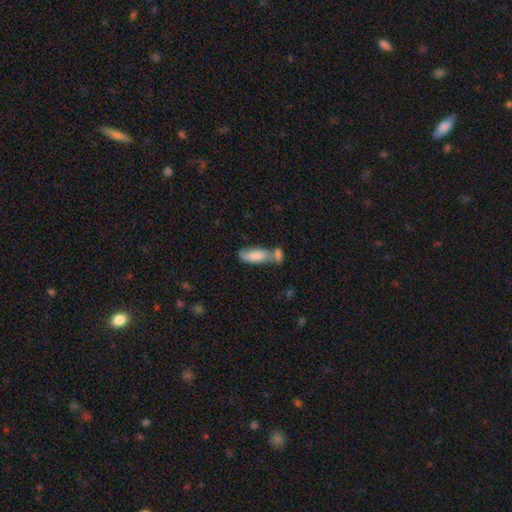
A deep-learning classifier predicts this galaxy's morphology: Smooth or featured? Predicted: smooth (p=0.78). How rounded? Predicted: in between (p=0.73). Merging? Predicted: merger (p=0.44).